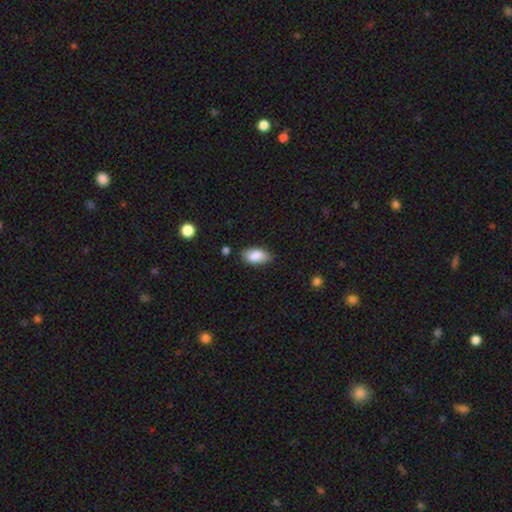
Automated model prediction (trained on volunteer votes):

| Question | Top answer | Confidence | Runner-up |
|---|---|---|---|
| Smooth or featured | smooth | 86% | star or artifact (7%) |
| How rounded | in between | 92% | cigar-shaped (5%) |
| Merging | none | 76% | minor disturbance (18%) |